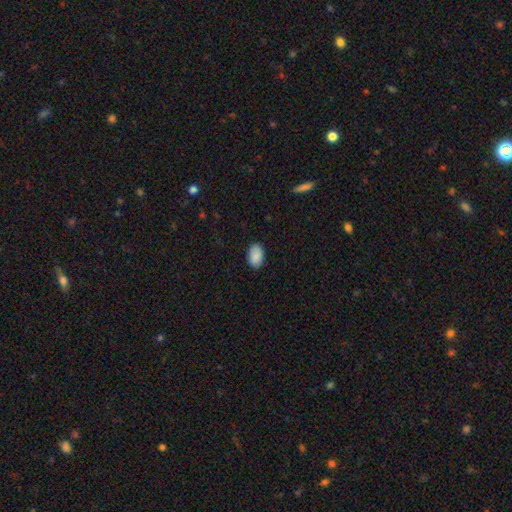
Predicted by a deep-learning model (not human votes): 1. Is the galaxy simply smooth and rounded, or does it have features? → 88% smooth, 7% star or artifact, 5% featured or disk.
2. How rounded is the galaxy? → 90% in between, 9% round, 1% cigar-shaped.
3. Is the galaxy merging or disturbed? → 85% none, 12% minor disturbance, 2% major disturbance, 1% merger.